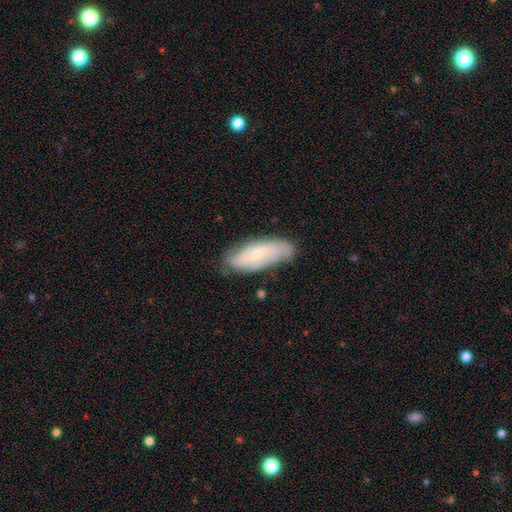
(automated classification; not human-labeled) A featured or disk galaxy (51%).

Vote fractions:
- Smooth or featured? featured or disk: 51% / smooth: 41% / star or artifact: 8%
- Edge-on disk? no: 84% / yes: 16%
- Merging? none: 73% / minor disturbance: 21% / major disturbance: 4% / merger: 2%